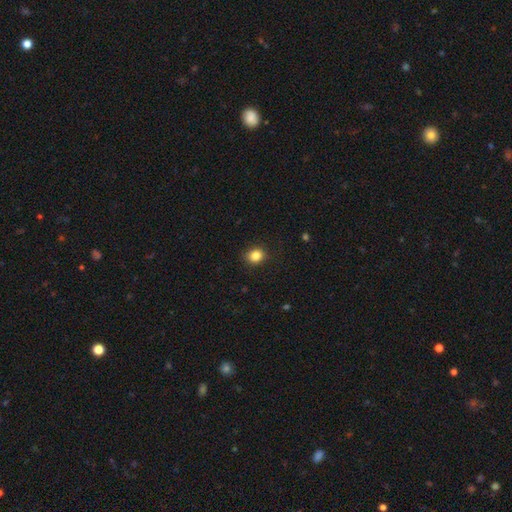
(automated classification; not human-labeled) smooth_or_featured: smooth (p=0.85) [alt: star or artifact p=0.11]
how_rounded: round (p=0.70) [alt: in between p=0.29]
merging: none (p=0.88) [alt: minor disturbance p=0.09]